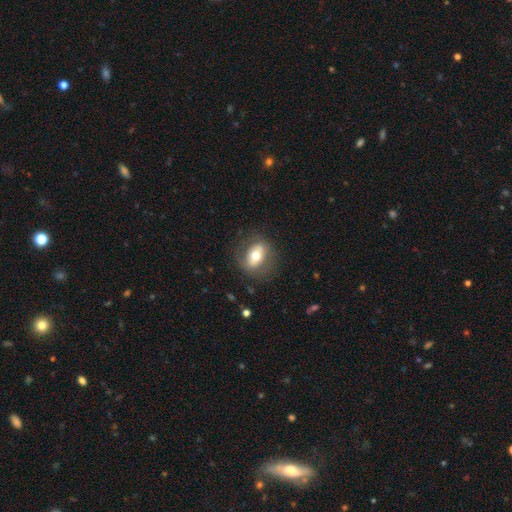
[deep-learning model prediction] Smooth or featured? smooth (55%)
How rounded? in between (68%)
Merging? none (77%)